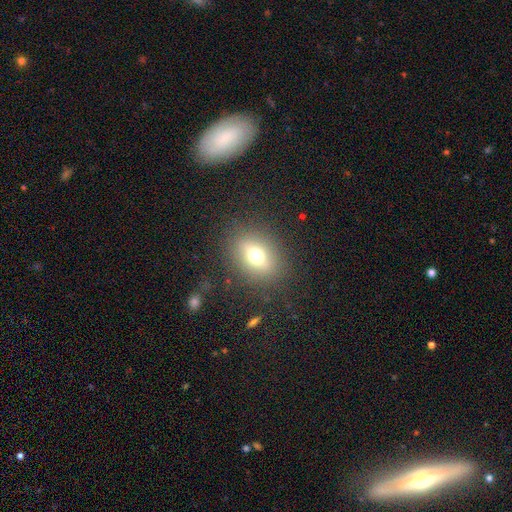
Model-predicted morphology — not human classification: smooth 65%, featured or disk 22%, star or artifact 13%. Down the decision tree: how rounded — in between (60%); merging — none (83%).